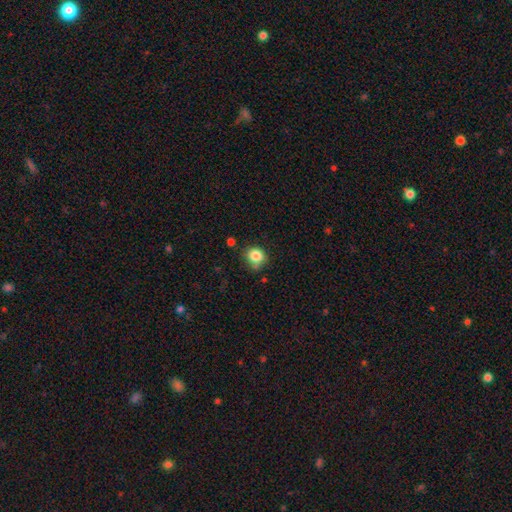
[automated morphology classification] A smooth galaxy with no disk features (84%) that is round (80%).

Vote fractions:
- Smooth or featured? smooth: 84% / star or artifact: 10% / featured or disk: 6%
- How rounded? round: 80% / in between: 19% / cigar-shaped: 1%
- Merging? none: 71% / minor disturbance: 19% / merger: 6% / major disturbance: 4%